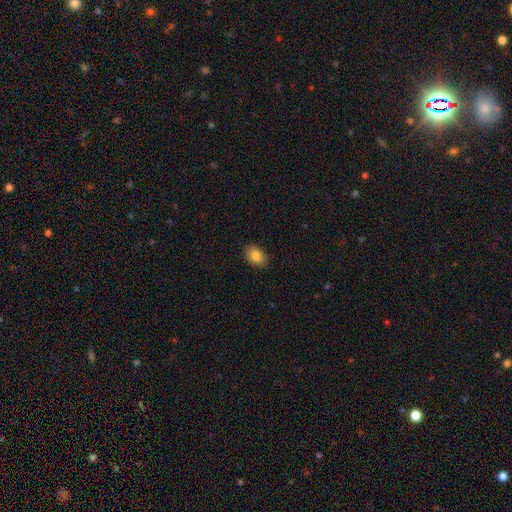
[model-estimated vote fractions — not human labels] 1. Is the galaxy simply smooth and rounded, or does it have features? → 84% smooth, 9% star or artifact, 7% featured or disk.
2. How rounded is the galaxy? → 72% in between, 27% round, 1% cigar-shaped.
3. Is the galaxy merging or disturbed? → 88% none, 9% minor disturbance, 2% major disturbance, 1% merger.